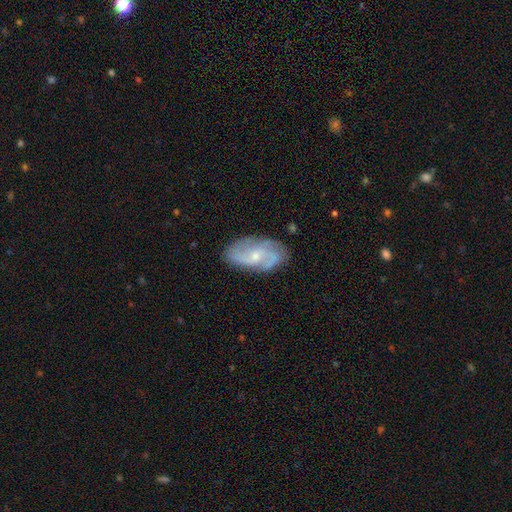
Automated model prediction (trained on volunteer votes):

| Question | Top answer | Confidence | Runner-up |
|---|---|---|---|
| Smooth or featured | featured or disk | 79% | smooth (15%) |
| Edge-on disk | no | 96% | yes (4%) |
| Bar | no | 61% | weak (33%) |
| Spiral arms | yes | 94% | no (6%) |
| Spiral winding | medium | 46% | tight (31%) |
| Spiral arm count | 2 | 43% | 3 (25%) |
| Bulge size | small | 63% | moderate (32%) |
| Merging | none | 76% | minor disturbance (18%) |